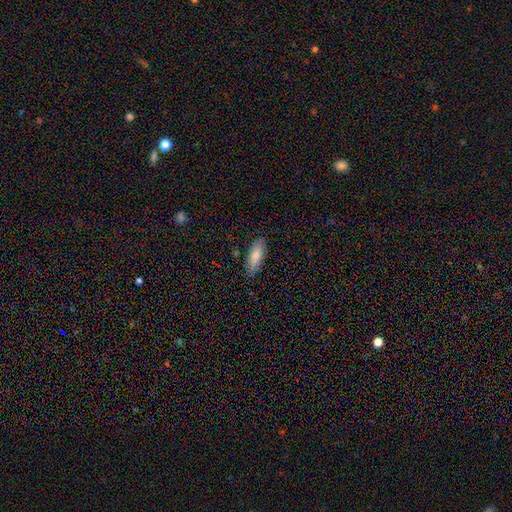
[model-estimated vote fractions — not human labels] Smooth or featured?
  - smooth: 81% *
  - featured or disk: 13%
  - star or artifact: 6%
How rounded?
  - in between: 69% *
  - cigar-shaped: 29%
  - round: 2%
Merging?
  - none: 86% *
  - minor disturbance: 11%
  - major disturbance: 2%
  - merger: 1%